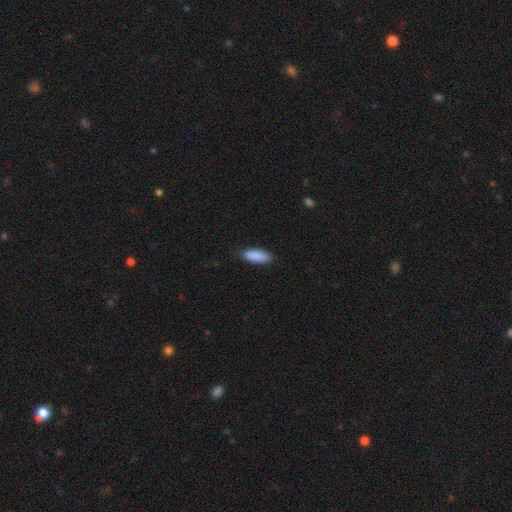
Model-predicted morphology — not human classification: Smooth or featured? Predicted: smooth (p=0.89). How rounded? Predicted: in between (p=0.74). Merging? Predicted: none (p=0.84).